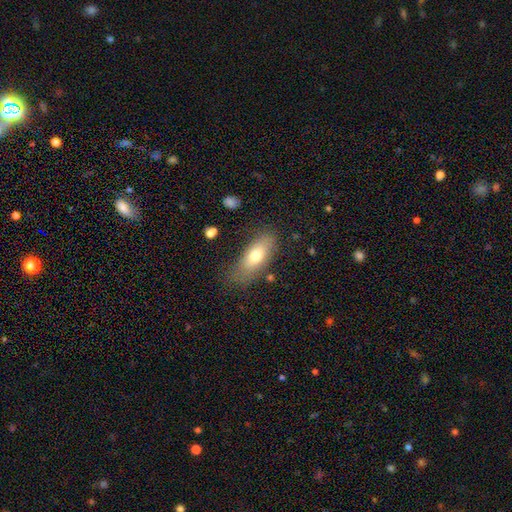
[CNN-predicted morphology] Smooth or featured?
  - smooth: 69% *
  - featured or disk: 23%
  - star or artifact: 8%
How rounded?
  - in between: 79% *
  - cigar-shaped: 17%
  - round: 4%
Merging?
  - none: 71% *
  - minor disturbance: 20%
  - major disturbance: 7%
  - merger: 3%